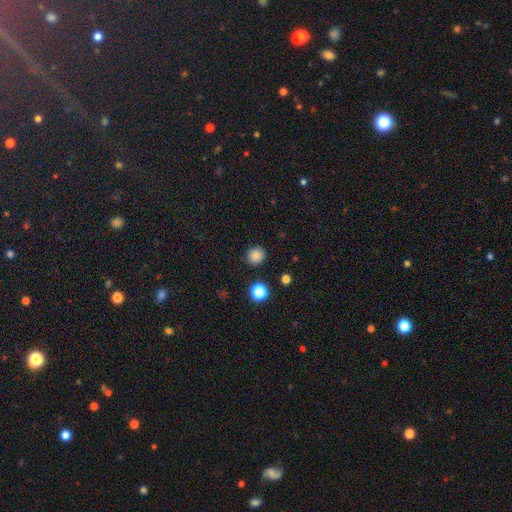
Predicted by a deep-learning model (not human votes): The model was most divided on "smooth or featured": smooth: 85%, star or artifact: 12%, featured or disk: 3%. More confident: how rounded — round (94%); merging — none (90%).